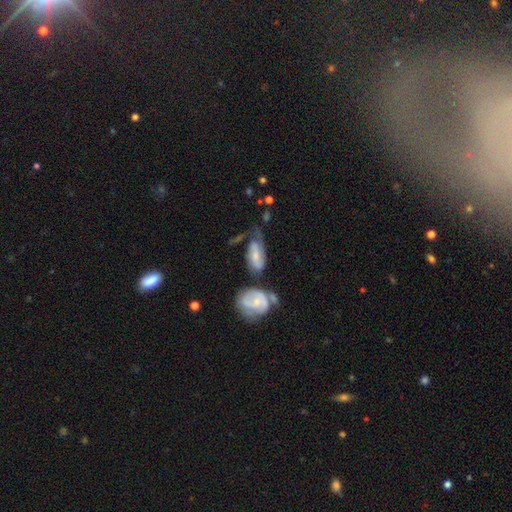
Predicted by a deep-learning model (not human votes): Morphology: type=featured or disk (61%); edge-on=no (92%); bar=no (42%); spiral arms=yes (85%); bulge=small (51%); merging=none (28%).